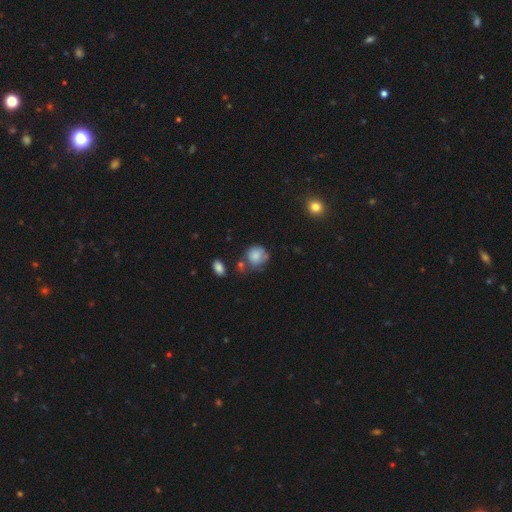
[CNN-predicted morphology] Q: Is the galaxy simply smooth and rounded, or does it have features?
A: smooth — 74%.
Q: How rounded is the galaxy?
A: round — 79%.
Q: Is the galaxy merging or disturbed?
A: none — 45%.